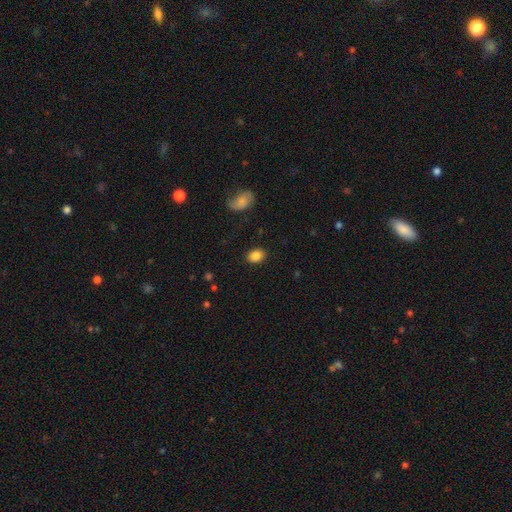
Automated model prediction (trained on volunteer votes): smooth 86%, star or artifact 9%, featured or disk 5%. Down the decision tree: how rounded — in between (68%); merging — none (86%).